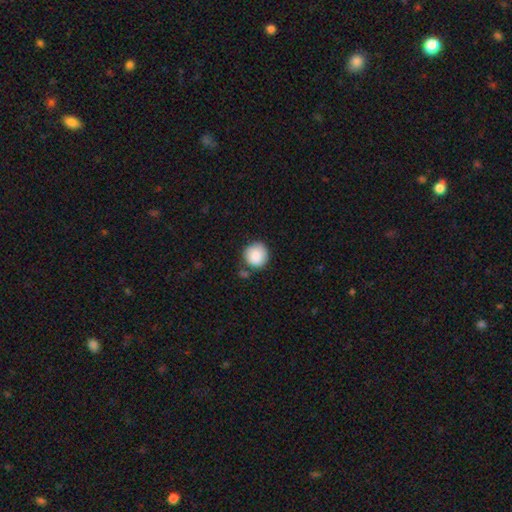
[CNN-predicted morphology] smooth 87%, star or artifact 7%, featured or disk 6%. Down the decision tree: how rounded — round (93%); merging — none (75%).